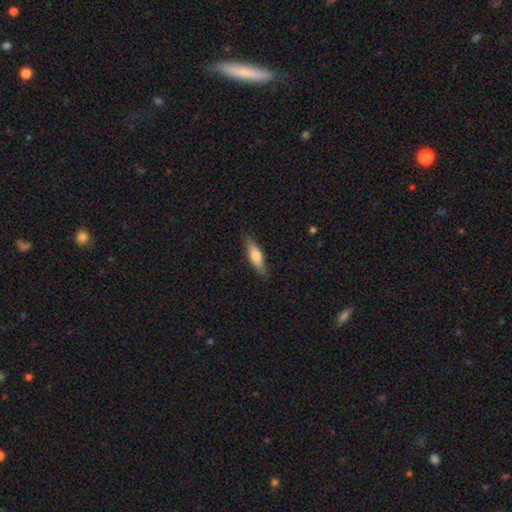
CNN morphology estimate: Smooth or featured: smooth — 72% (featured or disk — 22%)
How rounded: cigar-shaped — 56% (in between — 42%)
Merging: none — 85% (minor disturbance — 12%)